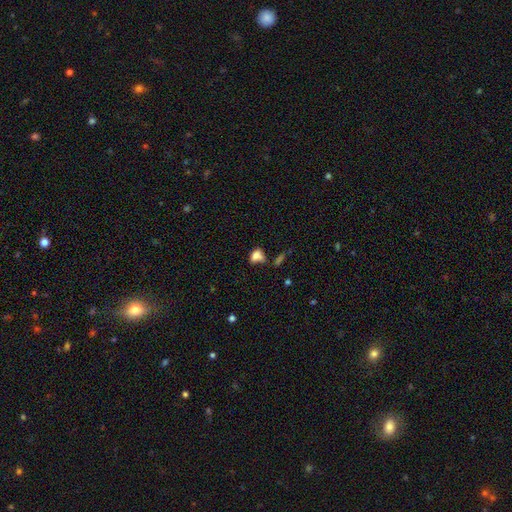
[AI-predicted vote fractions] Q: Smooth or featured?
A: smooth (73%); runner-up: featured or disk (14%)
Q: How rounded?
A: in between (71%); runner-up: round (26%)
Q: Merging?
A: none (33%); runner-up: minor disturbance (26%)